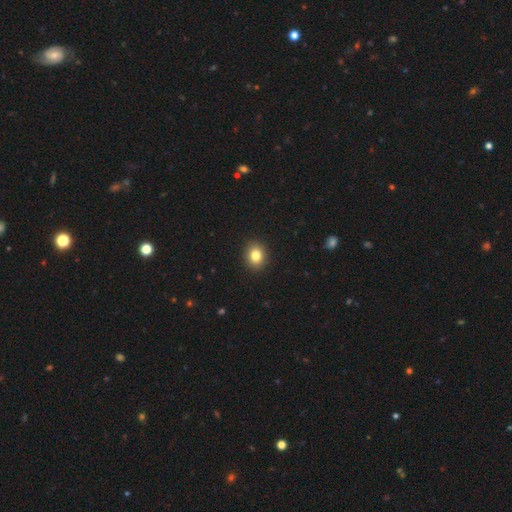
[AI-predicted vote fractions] Smooth or featured: smooth — 83% (star or artifact — 11%)
How rounded: round — 65% (in between — 34%)
Merging: none — 92% (minor disturbance — 5%)